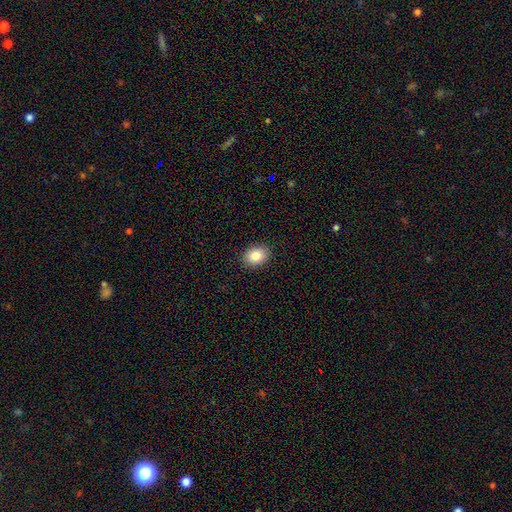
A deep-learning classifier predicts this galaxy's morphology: smooth_or_featured: smooth (p=0.86) [alt: star or artifact p=0.08]
how_rounded: in between (p=0.68) [alt: round p=0.31]
merging: none (p=0.89) [alt: minor disturbance p=0.08]